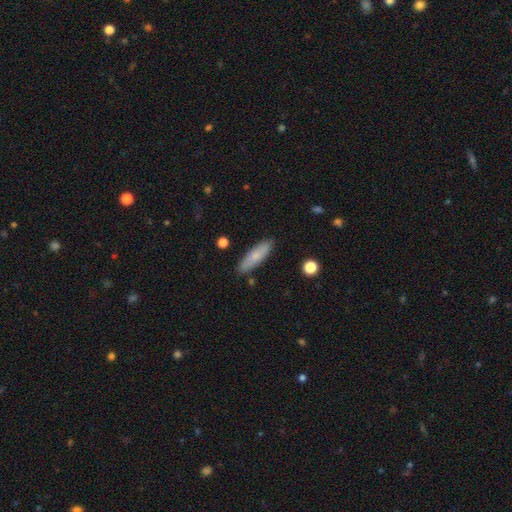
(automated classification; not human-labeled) smooth_or_featured: smooth (p=0.75) [alt: featured or disk p=0.19]
how_rounded: cigar-shaped (p=0.65) [alt: in between p=0.33]
merging: none (p=0.86) [alt: minor disturbance p=0.10]